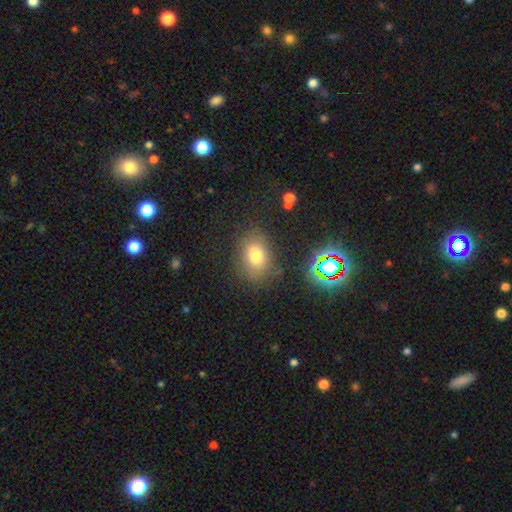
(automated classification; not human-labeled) Smooth or featured?
  - smooth: 73% *
  - star or artifact: 15%
  - featured or disk: 12%
How rounded?
  - in between: 73% *
  - round: 26%
  - cigar-shaped: 1%
Merging?
  - none: 78% *
  - minor disturbance: 14%
  - major disturbance: 5%
  - merger: 2%